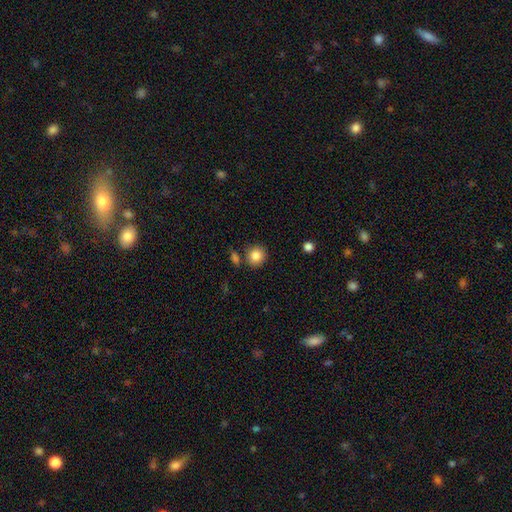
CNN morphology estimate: A smooth galaxy with no disk features (85%) that is round (88%).

Vote fractions:
- Smooth or featured? smooth: 85% / star or artifact: 9% / featured or disk: 6%
- How rounded? round: 88% / in between: 11% / cigar-shaped: 1%
- Merging? none: 80% / minor disturbance: 9% / merger: 8% / major disturbance: 3%